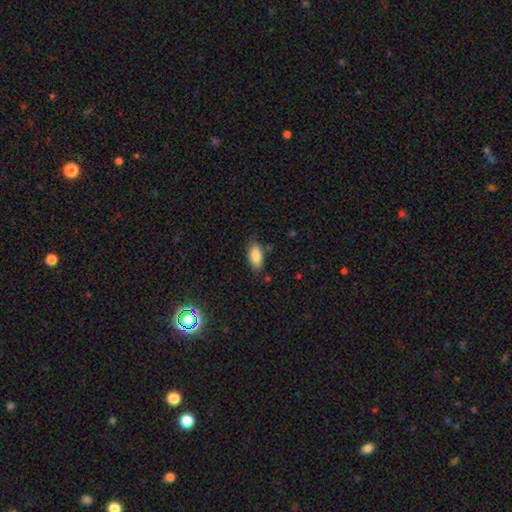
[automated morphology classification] Overall: smooth (84%). How rounded: in between (89%). Merging: none (79%).